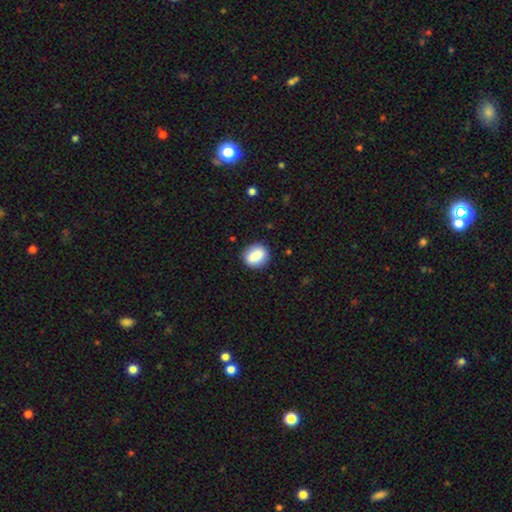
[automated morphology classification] smooth_or_featured: smooth (p=0.88) [alt: star or artifact p=0.08]
how_rounded: round (p=0.55) [alt: in between p=0.43]
merging: none (p=0.86) [alt: minor disturbance p=0.10]